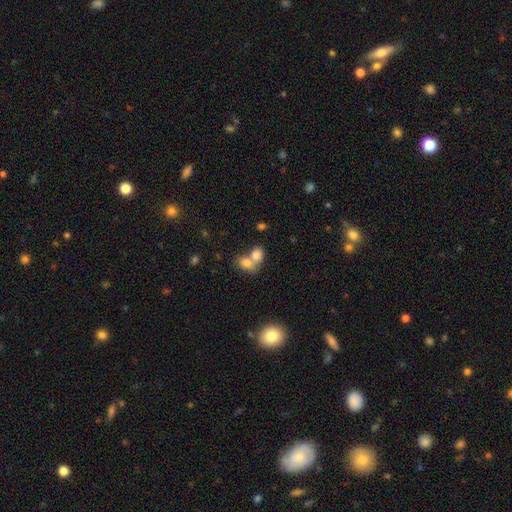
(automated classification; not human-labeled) Smooth or featured? Predicted: smooth (p=0.79). How rounded? Predicted: in between (p=0.58). Merging? Predicted: merger (p=0.65).